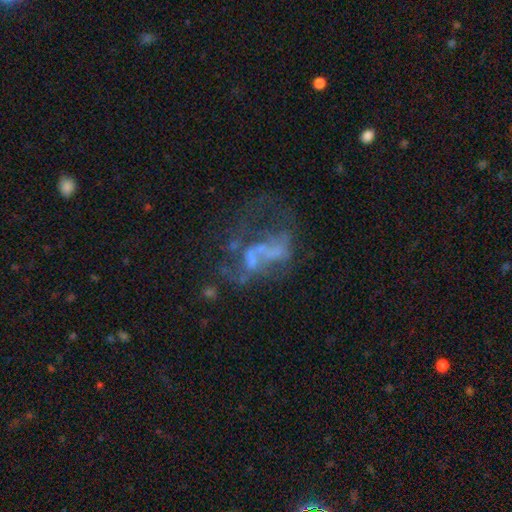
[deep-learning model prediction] Q: Smooth or featured?
A: featured or disk (66%); runner-up: star or artifact (18%)
Q: Edge-on disk?
A: no (98%); runner-up: yes (2%)
Q: Bar?
A: no (77%); runner-up: weak (17%)
Q: Spiral arms?
A: no (77%); runner-up: yes (23%)
Q: Bulge size?
A: none (67%); runner-up: small (17%)
Q: Merging?
A: major disturbance (43%); runner-up: none (26%)